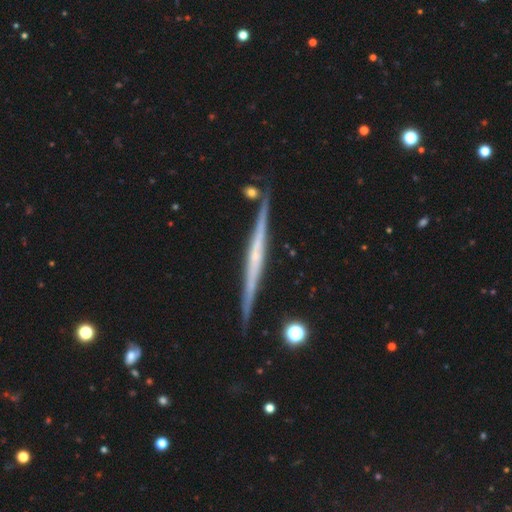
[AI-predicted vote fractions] The model was most divided on "edge-on bulge": none: 63%, rounded: 28%, boxy: 9%. More confident: edge-on disk — yes (98%); merging — none (88%); smooth or featured — featured or disk (77%).